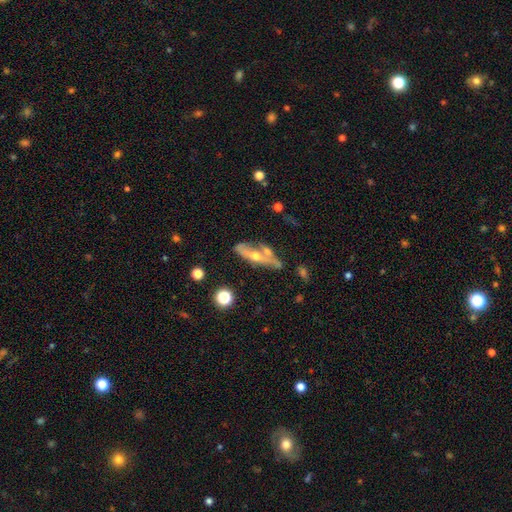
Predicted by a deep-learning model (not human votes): This appears to be a featured or disk galaxy (64%) viewed edge-on (64%). Merging: none (50%).